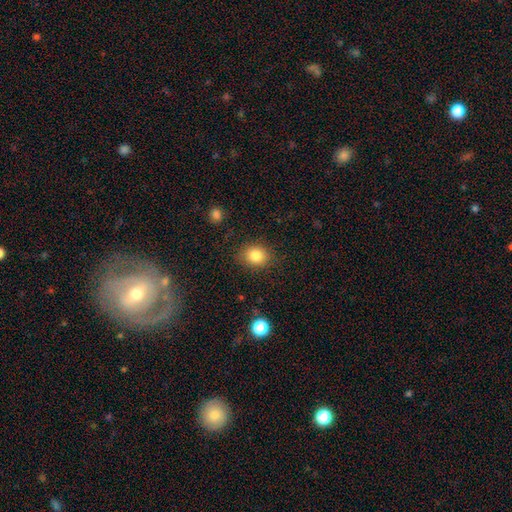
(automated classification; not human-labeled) Q: Smooth or featured?
A: smooth (83%); runner-up: star or artifact (10%)
Q: How rounded?
A: round (56%); runner-up: in between (43%)
Q: Merging?
A: none (84%); runner-up: minor disturbance (11%)